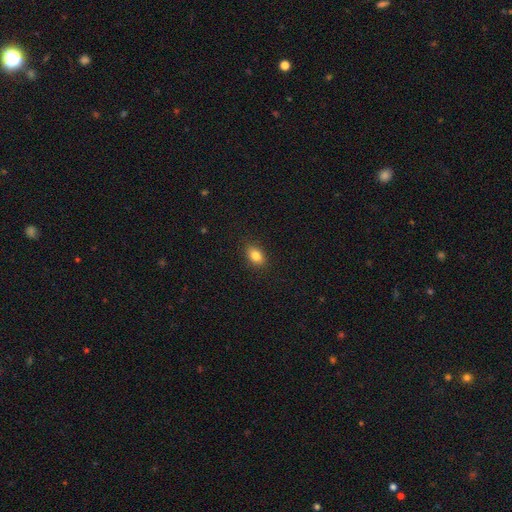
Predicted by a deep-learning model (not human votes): This appears to be a smooth galaxy with no disk features (83%) that is in between round and cigar-shaped (82%). Merging: none (89%).